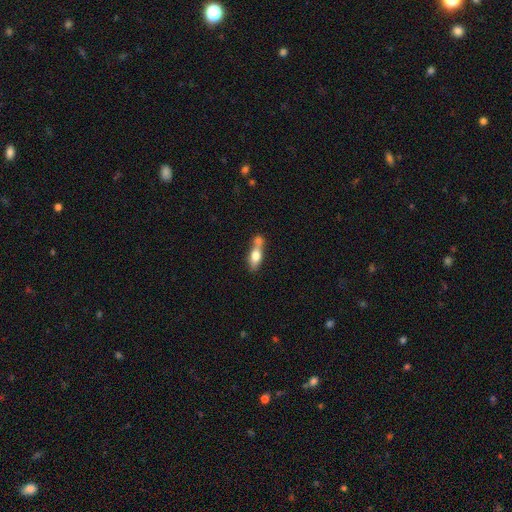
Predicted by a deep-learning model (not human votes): A smooth galaxy with no disk features (67%) that is in between round and cigar-shaped (65%).

Vote fractions:
- Smooth or featured? smooth: 67% / featured or disk: 26% / star or artifact: 7%
- How rounded? in between: 65% / cigar-shaped: 28% / round: 7%
- Merging? merger: 48% / none: 34% / minor disturbance: 13% / major disturbance: 6%